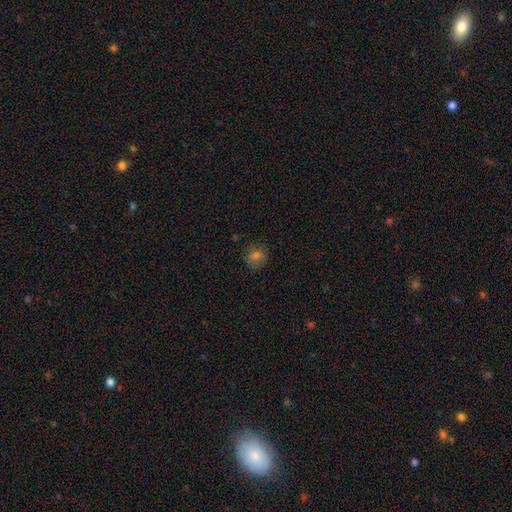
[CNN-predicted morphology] This is likely a smooth galaxy (70%). How rounded: likely round (75%). Merging: likely none (79%).